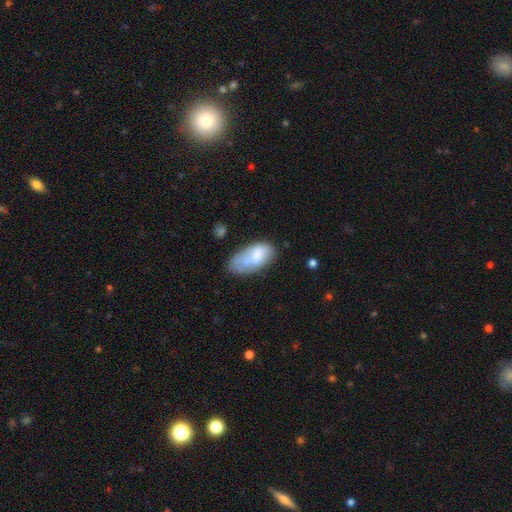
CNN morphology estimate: This appears to be a smooth galaxy with no disk features (63%) that is in between round and cigar-shaped (93%). Merging: none (41%).